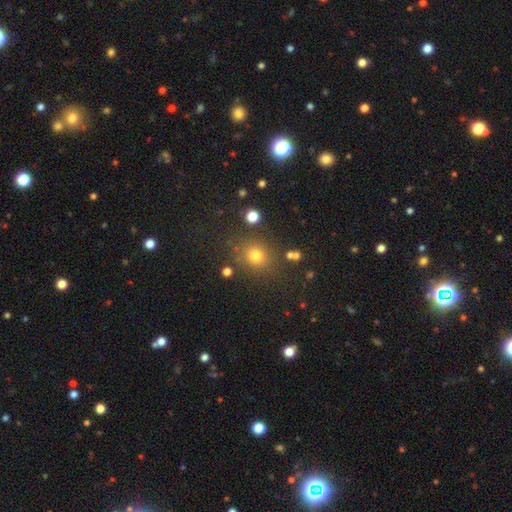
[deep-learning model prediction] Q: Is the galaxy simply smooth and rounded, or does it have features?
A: smooth — 74%.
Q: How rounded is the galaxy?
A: round — 79%.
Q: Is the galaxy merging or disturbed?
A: none — 80%.